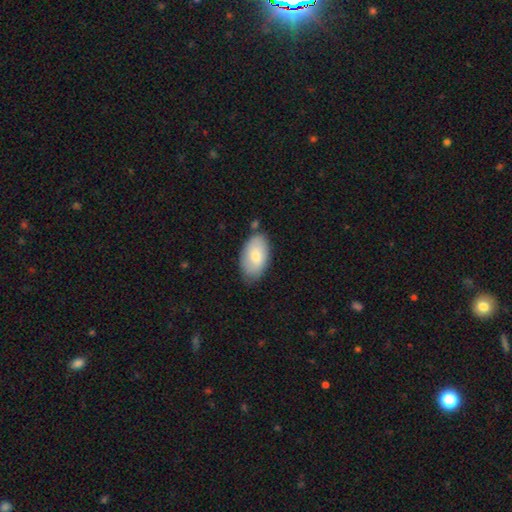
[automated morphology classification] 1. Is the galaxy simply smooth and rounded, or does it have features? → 75% smooth, 19% featured or disk, 6% star or artifact.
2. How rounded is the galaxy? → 95% in between, 4% round, 2% cigar-shaped.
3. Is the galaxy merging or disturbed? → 73% none, 19% minor disturbance, 4% merger, 4% major disturbance.